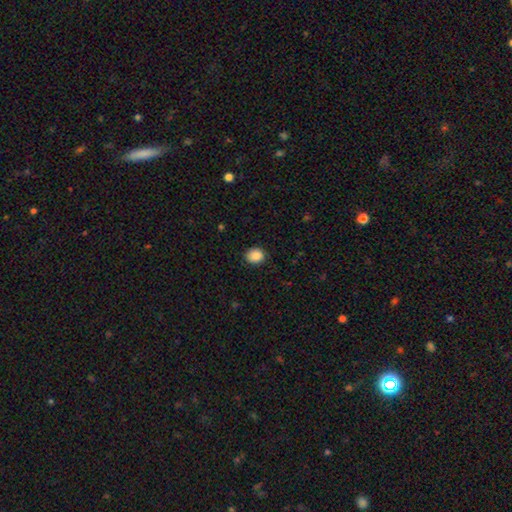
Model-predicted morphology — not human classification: A smooth galaxy with no disk features (88%) that is round (66%). Merging: none (86%).